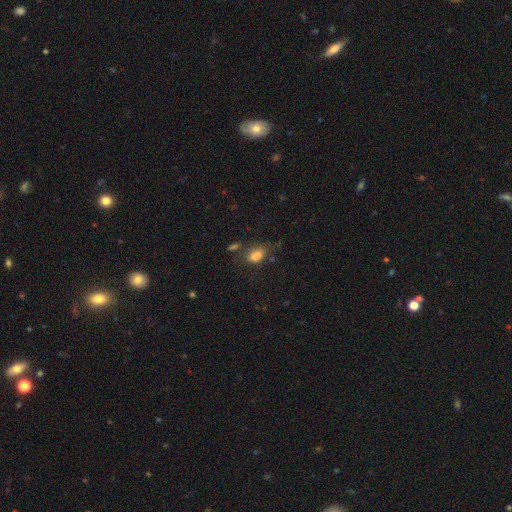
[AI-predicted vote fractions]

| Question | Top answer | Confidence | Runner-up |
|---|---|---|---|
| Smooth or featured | smooth | 79% | star or artifact (12%) |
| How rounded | in between | 83% | round (14%) |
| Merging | none | 46% | minor disturbance (27%) |